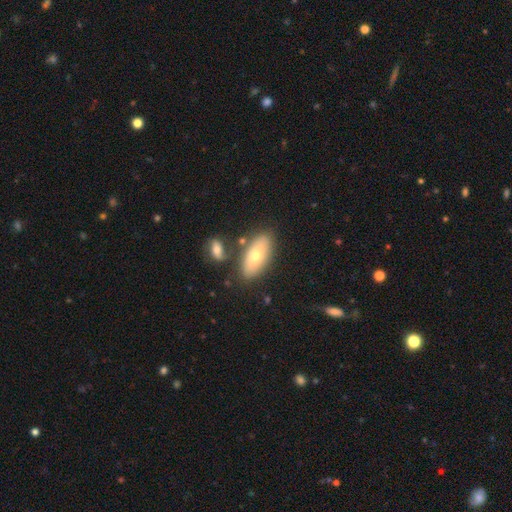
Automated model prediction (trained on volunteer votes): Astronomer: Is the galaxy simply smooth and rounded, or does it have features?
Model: smooth — 67%.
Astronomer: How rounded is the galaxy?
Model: in between — 88%.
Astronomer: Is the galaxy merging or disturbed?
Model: none — 75%.